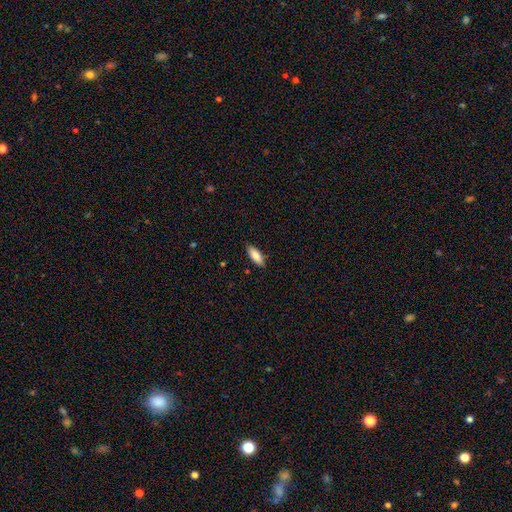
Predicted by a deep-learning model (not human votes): Smooth or featured? Predicted: smooth (p=0.82). How rounded? Predicted: in between (p=0.70). Merging? Predicted: none (p=0.85).